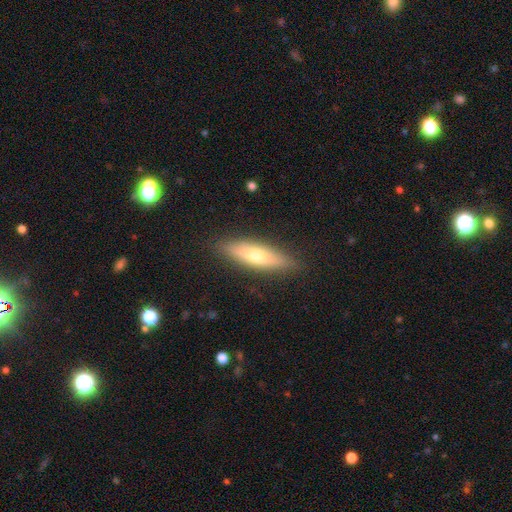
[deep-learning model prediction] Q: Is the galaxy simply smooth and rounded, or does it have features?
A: smooth — 49%.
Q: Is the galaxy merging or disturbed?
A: none — 87%.